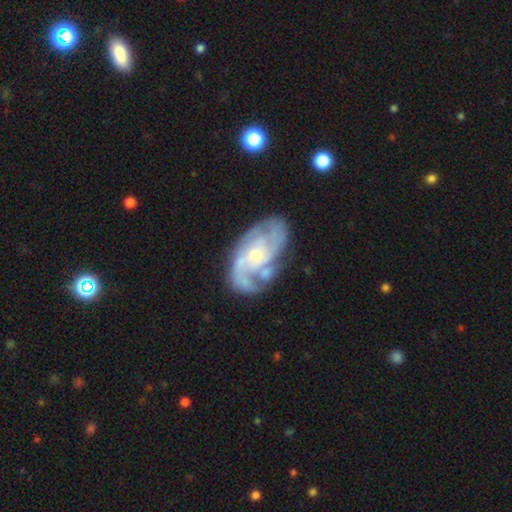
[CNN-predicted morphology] A featured or disk galaxy (86%) with no bar (62%), 2 (40%) tight (43%, tied with medium) spiral arms (94%) and a small central bulge (60%).

Vote fractions:
- Smooth or featured? featured or disk: 86% / smooth: 9% / star or artifact: 5%
- Edge-on disk? no: 97% / yes: 3%
- Bar? no: 62% / weak: 31% / strong: 7%
- Spiral arms? yes: 94% / no: 6%
- Spiral winding? tight: 43% (tied) / medium: 43% (tied) / loose: 14%
- Spiral arm count? 2: 40% / 3: 24% / can't tell: 21% / 4: 7% / 1: 5% / more than 4: 4%
- Bulge size? small: 60% / moderate: 34% / none: 3% / large: 2% / dominant: 1%
- Merging? none: 64% / minor disturbance: 20% / major disturbance: 10% / merger: 6%